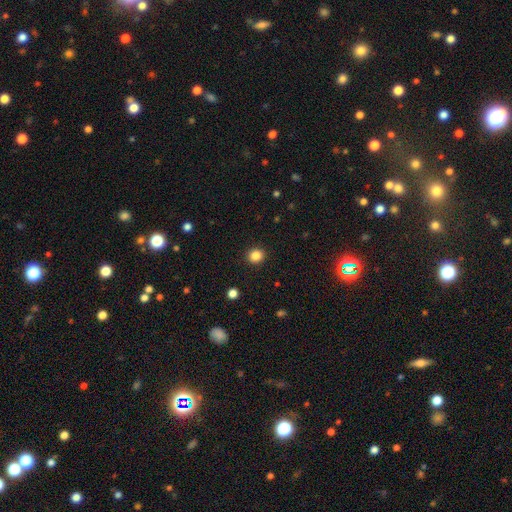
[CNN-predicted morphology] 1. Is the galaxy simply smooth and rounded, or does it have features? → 84% smooth, 11% star or artifact, 4% featured or disk.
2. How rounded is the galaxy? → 86% round, 13% in between, 1% cigar-shaped.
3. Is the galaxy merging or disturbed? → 92% none, 5% minor disturbance, 2% major disturbance, 1% merger.